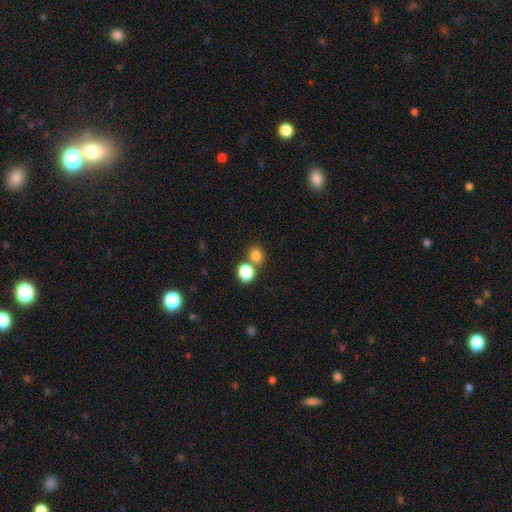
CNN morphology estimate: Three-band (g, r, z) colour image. It shows a smooth galaxy with no disk features (80%) that is round (76%). Merging: none (62%).